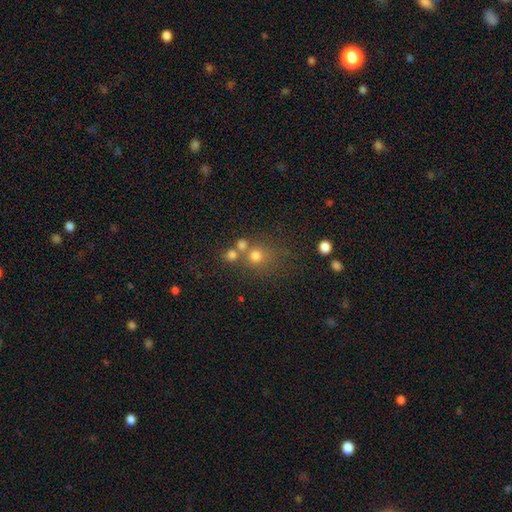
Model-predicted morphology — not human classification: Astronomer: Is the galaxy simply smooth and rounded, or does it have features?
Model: smooth — 67%.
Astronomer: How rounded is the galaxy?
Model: round — 85%.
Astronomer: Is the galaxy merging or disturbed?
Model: none — 53% (runner-up: merger, 32%).